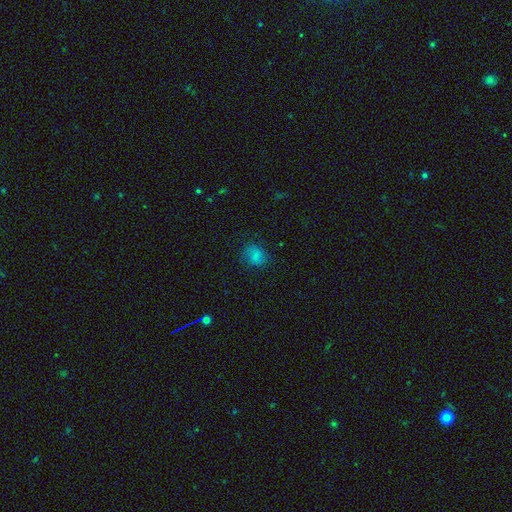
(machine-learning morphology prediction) smooth-or-featured: smooth: 77% | star or artifact: 14% | featured or disk: 8%
  how-rounded: round: 50% | in between: 49% | cigar-shaped: 1%
  merging: none: 72% | minor disturbance: 20% | major disturbance: 7% | merger: 1%